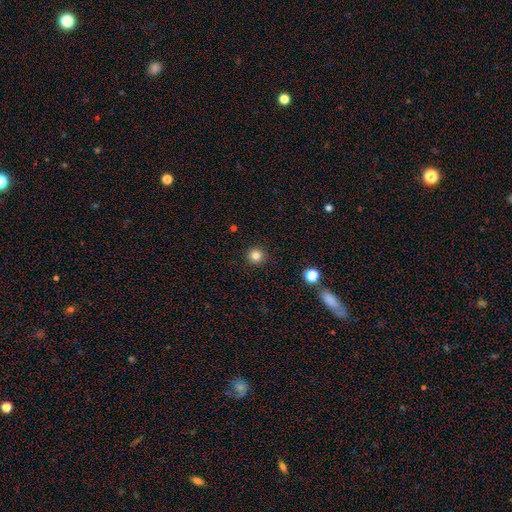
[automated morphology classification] This appears to be a smooth galaxy with no disk features (82%) that is round (95%). Merging: none (92%).